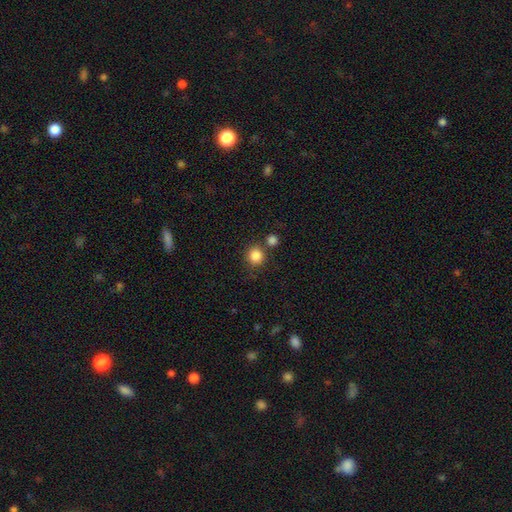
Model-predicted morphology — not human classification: smooth_or_featured: smooth (p=0.85) [alt: star or artifact p=0.11]
how_rounded: round (p=0.91) [alt: in between p=0.08]
merging: none (p=0.72) [alt: merger p=0.16]